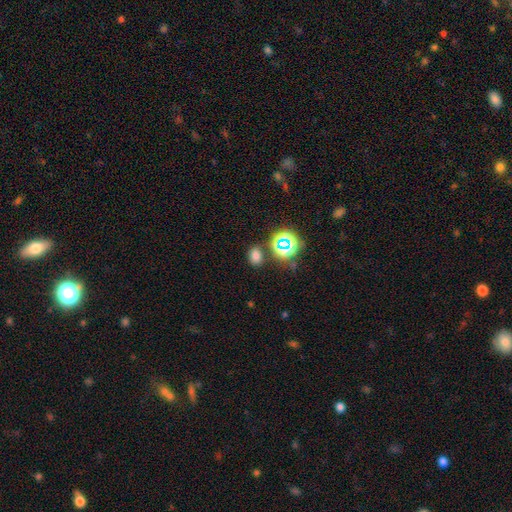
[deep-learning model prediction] Smooth or featured?
  - smooth: 69% *
  - star or artifact: 25%
  - featured or disk: 7%
How rounded?
  - in between: 61% *
  - round: 38%
  - cigar-shaped: 1%
Merging?
  - none: 80% *
  - minor disturbance: 10%
  - merger: 6%
  - major disturbance: 4%